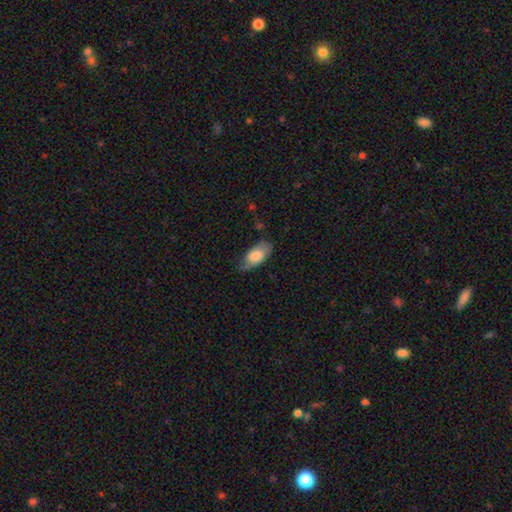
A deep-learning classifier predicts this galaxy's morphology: smooth-or-featured: smooth: 73% | featured or disk: 21% | star or artifact: 6%
  how-rounded: in between: 92% | cigar-shaped: 5% | round: 3%
  merging: none: 59% | minor disturbance: 31% | major disturbance: 8% | merger: 2%